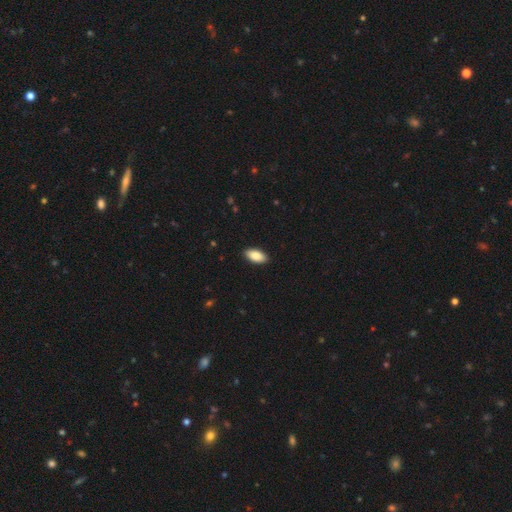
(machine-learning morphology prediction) This is clearly a smooth galaxy (86%). How rounded: clearly in between (93%). Merging: clearly none (90%).